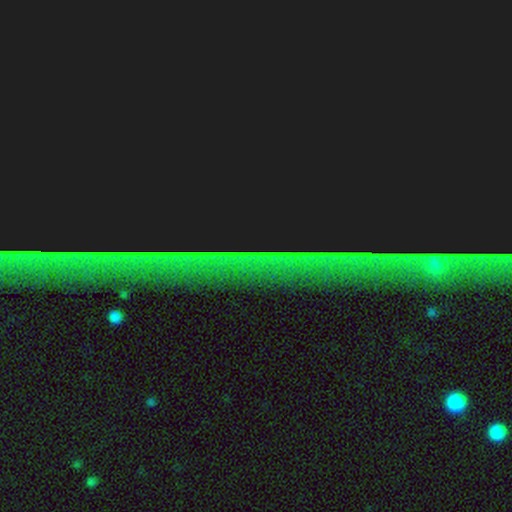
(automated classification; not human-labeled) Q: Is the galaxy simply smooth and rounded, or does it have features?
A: star or artifact — 81%.